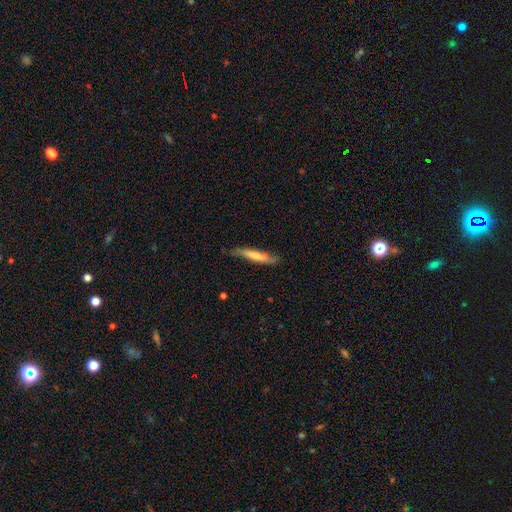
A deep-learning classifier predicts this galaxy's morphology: smooth-or-featured: smooth: 59% | featured or disk: 36% | star or artifact: 5%
  how-rounded: cigar-shaped: 88% | in between: 11% | round: 1%
  merging: none: 68% | minor disturbance: 24% | major disturbance: 5% | merger: 2%